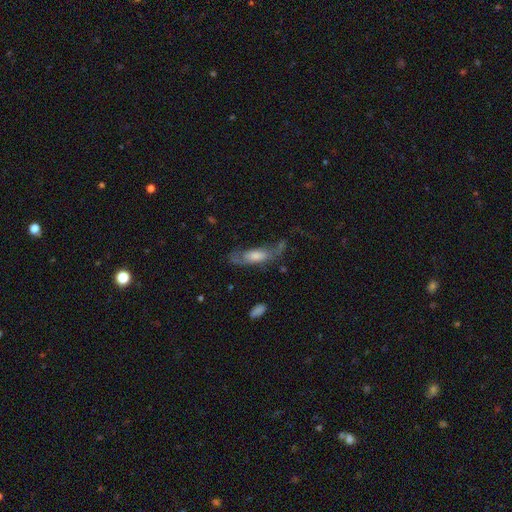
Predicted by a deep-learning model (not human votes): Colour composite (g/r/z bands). It shows a featured or disk galaxy (59%). Merging: none (48%).